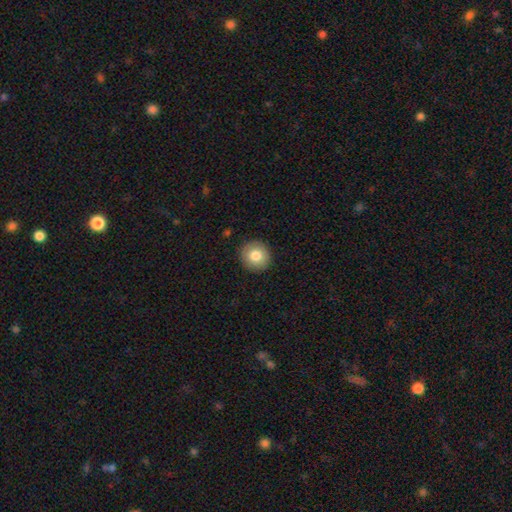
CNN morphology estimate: Smooth or featured? Predicted: smooth (p=0.81). How rounded? Predicted: round (p=0.91). Merging? Predicted: none (p=0.91).